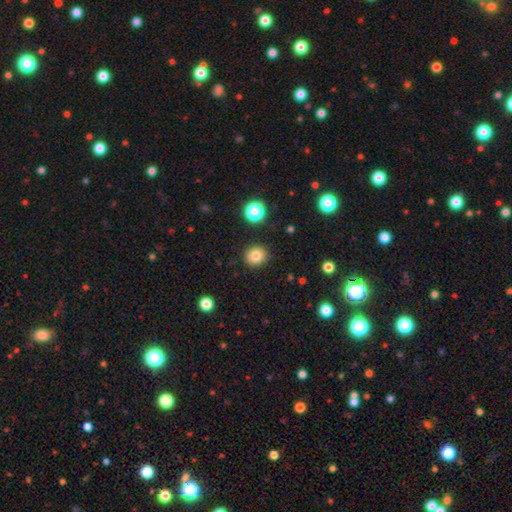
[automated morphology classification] This appears to be a smooth galaxy with no disk features (82%) that is round (85%). Merging: none (89%).